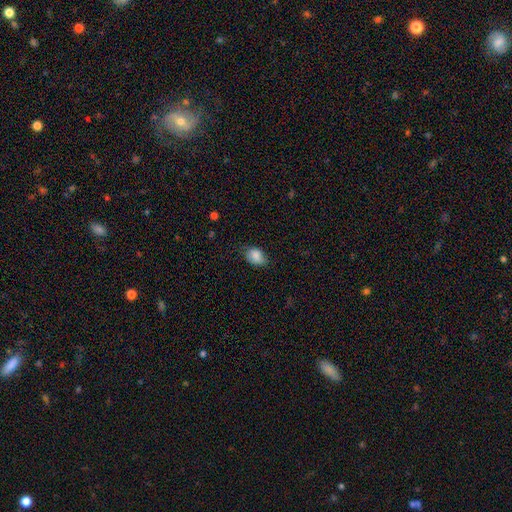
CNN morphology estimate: The model was most divided on "merging": none: 67%, minor disturbance: 26%, major disturbance: 5%, merger: 1%. More confident: smooth or featured — smooth (85%); how rounded — in between (80%).